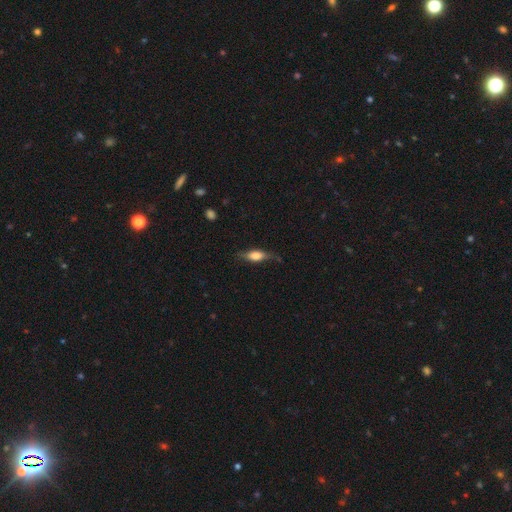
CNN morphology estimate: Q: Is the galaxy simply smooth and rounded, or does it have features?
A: smooth — 57%.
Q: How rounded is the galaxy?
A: in between — 62%.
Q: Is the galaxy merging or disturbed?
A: none — 67%.